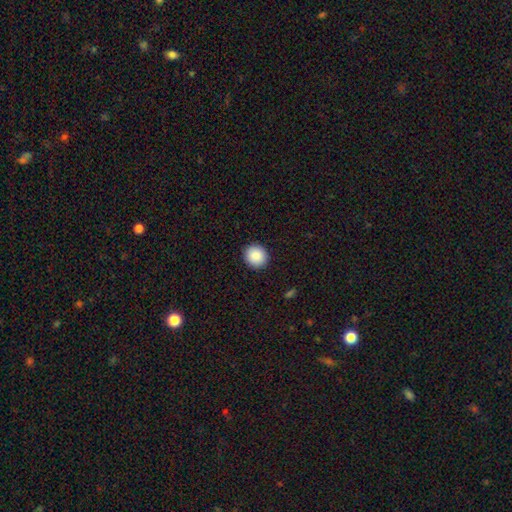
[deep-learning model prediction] smooth-or-featured: smooth: 89% | star or artifact: 8% | featured or disk: 3%
  how-rounded: round: 87% | in between: 12% | cigar-shaped: 1%
  merging: none: 92% | minor disturbance: 5% | major disturbance: 2% | merger: 1%